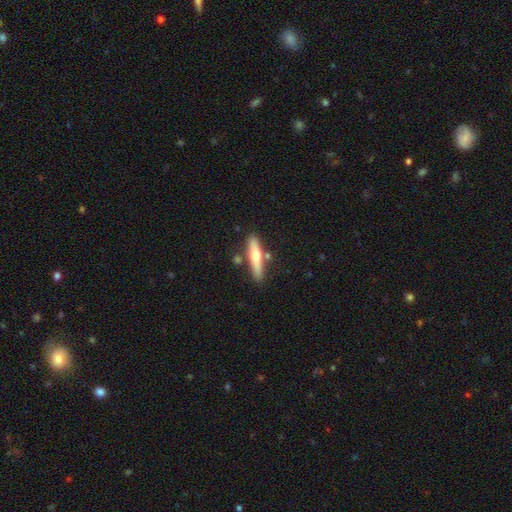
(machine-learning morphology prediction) smooth_or_featured: smooth (p=0.50) [alt: featured or disk p=0.44]
merging: none (p=0.78) [alt: minor disturbance p=0.12]